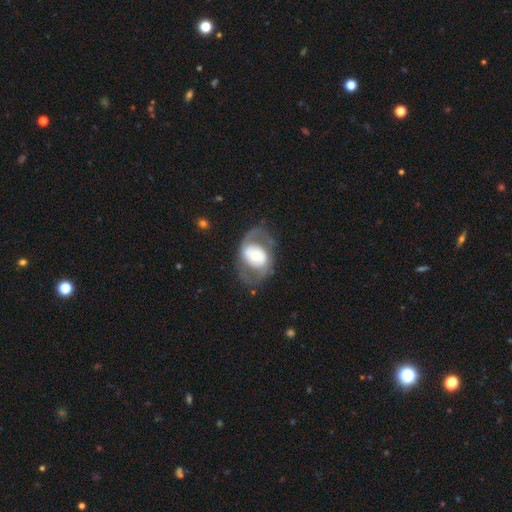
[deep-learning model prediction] Smooth or featured? Predicted: featured or disk (p=0.70). Edge-on disk? Predicted: no (p=0.96). Bar? Predicted: no (p=0.65). Spiral arms? Predicted: yes (p=0.63). Bulge size? Predicted: moderate (p=0.66). Merging? Predicted: none (p=0.60).